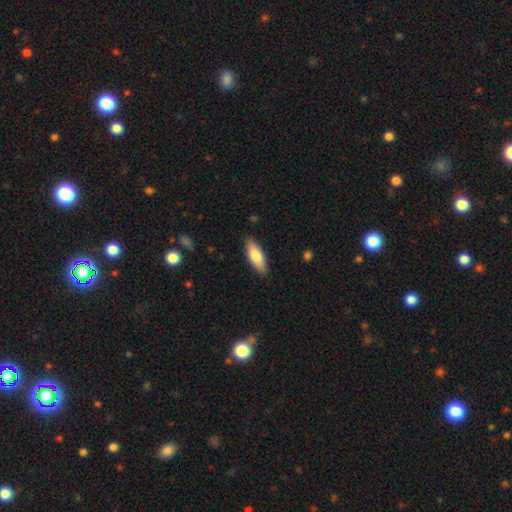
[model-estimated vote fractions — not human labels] smooth 76%, featured or disk 18%, star or artifact 5%. Down the decision tree: how rounded — in between (68%); merging — none (87%).